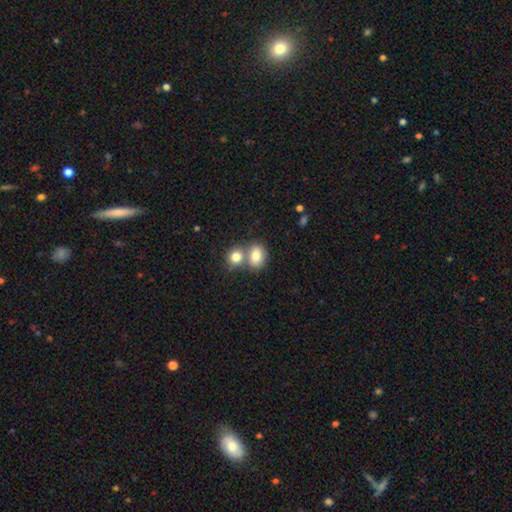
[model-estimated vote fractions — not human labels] smooth-or-featured: smooth: 81% | featured or disk: 10% | star or artifact: 9%
  how-rounded: in between: 53% | round: 46% | cigar-shaped: 1%
  merging: merger: 49% | none: 39% | minor disturbance: 8% | major disturbance: 3%